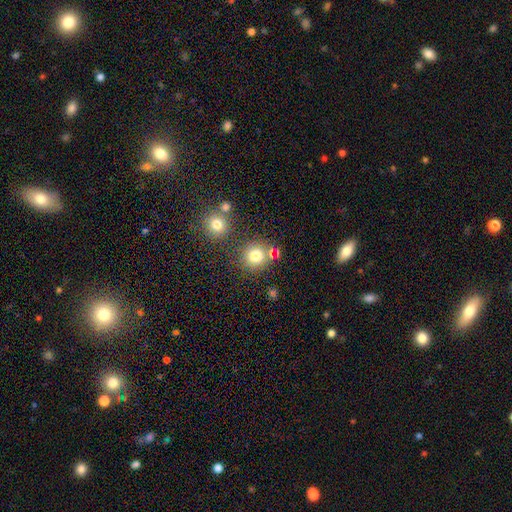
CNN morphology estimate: Smooth or featured? smooth (77%)
How rounded? round (91%)
Merging? none (71%)